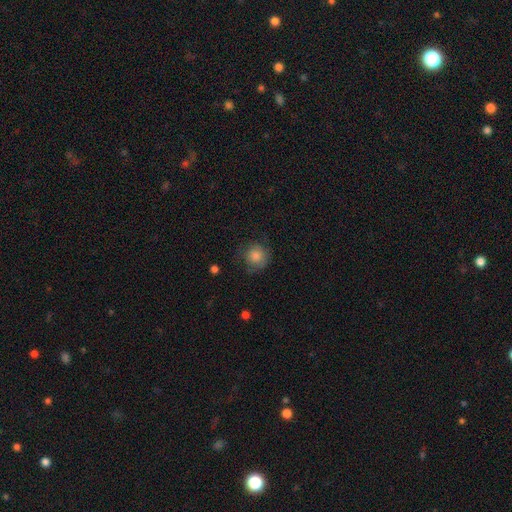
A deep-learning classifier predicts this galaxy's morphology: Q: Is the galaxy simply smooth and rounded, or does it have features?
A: smooth — 81%.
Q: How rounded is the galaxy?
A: round — 91%.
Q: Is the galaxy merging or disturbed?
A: none — 71%.